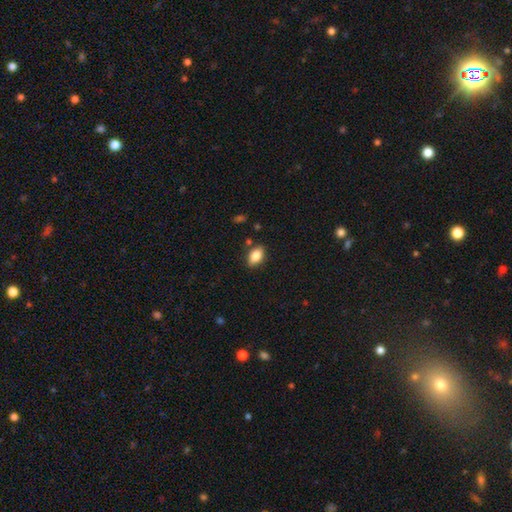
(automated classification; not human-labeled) Smooth or featured? Predicted: smooth (p=0.84). How rounded? Predicted: in between (p=0.87). Merging? Predicted: none (p=0.83).